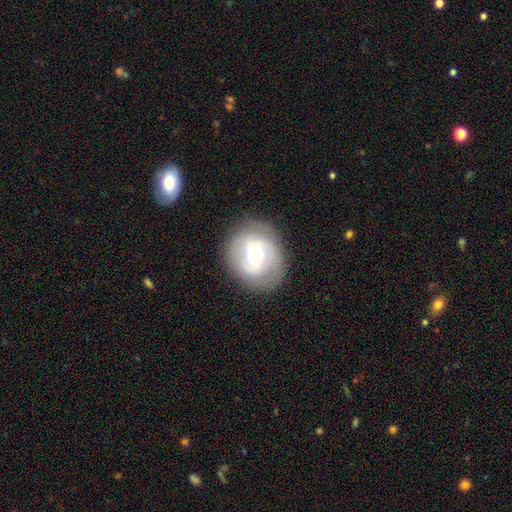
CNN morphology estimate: type=featured or disk (61%); edge-on=no (96%); bar=weak (50%); spiral arms=yes (77%); bulge=moderate (59%); merging=none (82%).